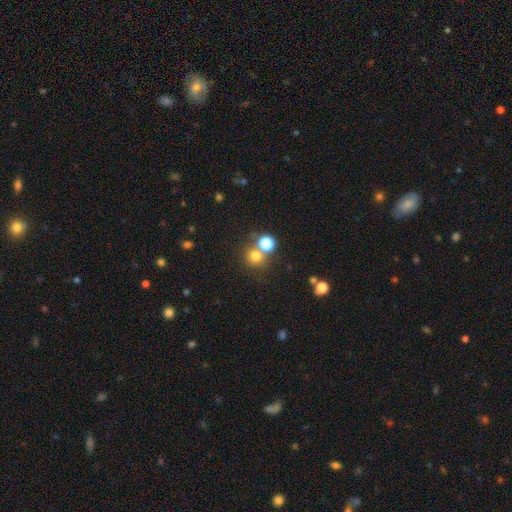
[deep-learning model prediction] A smooth galaxy with no disk features (75%) that is round (90%). Merging: none (61%).